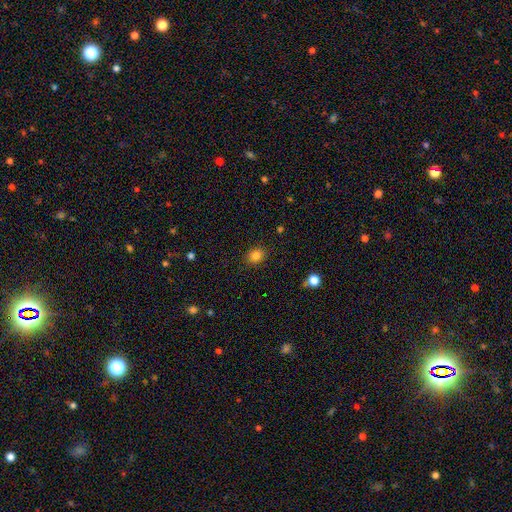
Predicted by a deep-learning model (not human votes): Smooth or featured?
  - smooth: 83% *
  - star or artifact: 12%
  - featured or disk: 5%
How rounded?
  - round: 57% *
  - in between: 42%
  - cigar-shaped: 1%
Merging?
  - none: 88% *
  - minor disturbance: 8%
  - major disturbance: 3%
  - merger: 1%